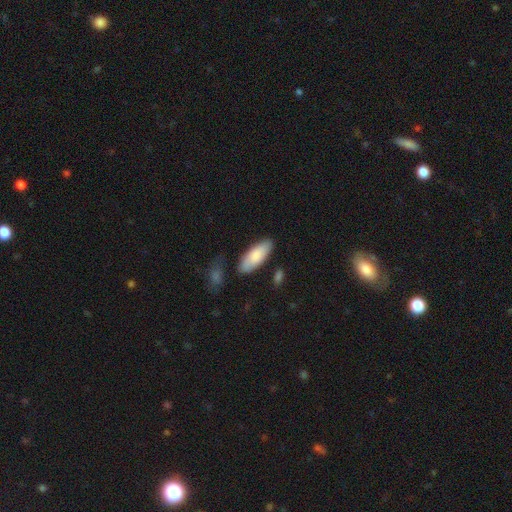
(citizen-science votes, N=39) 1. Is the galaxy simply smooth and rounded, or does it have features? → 82% smooth, 10% featured or disk, 8% star or artifact.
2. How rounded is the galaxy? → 88% in between, 9% cigar-shaped, 3% round.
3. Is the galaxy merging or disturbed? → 86% none, 8% major disturbance, 6% minor disturbance, 0% merger.